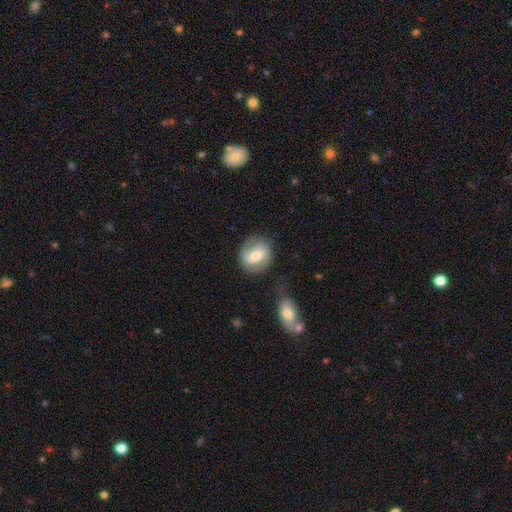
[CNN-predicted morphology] Overall: featured or disk (51%; smooth 42%). Edge-on disk: no (96%). Merging: none (69%).